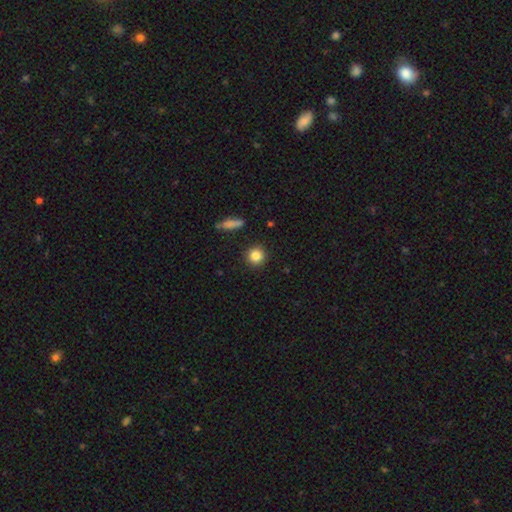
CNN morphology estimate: smooth-or-featured: smooth: 84% | star or artifact: 10% | featured or disk: 6%
  how-rounded: round: 92% | in between: 7% | cigar-shaped: 1%
  merging: none: 91% | minor disturbance: 6% | major disturbance: 2% | merger: 2%